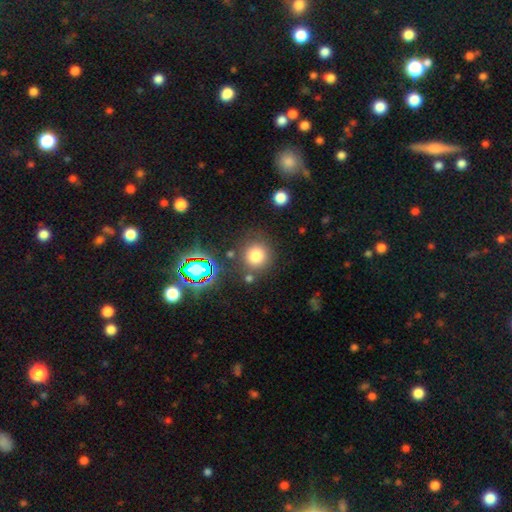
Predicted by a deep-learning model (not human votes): Smooth or featured? Predicted: smooth (p=0.77). How rounded? Predicted: round (p=0.92). Merging? Predicted: none (p=0.79).